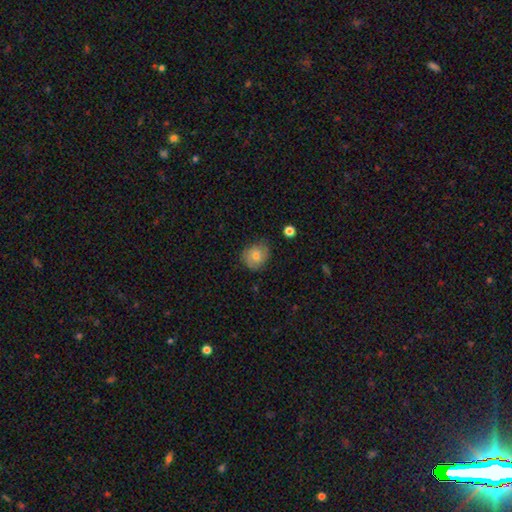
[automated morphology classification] The model was most divided on "how rounded": round: 68%, in between: 31%, cigar-shaped: 1%. More confident: merging — none (71%); smooth or featured — smooth (69%).